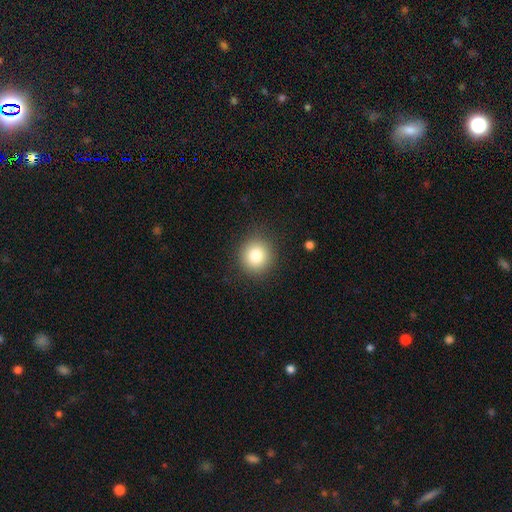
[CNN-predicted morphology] This appears to be a smooth galaxy with no disk features (82%) that is round (91%). Merging: none (89%).